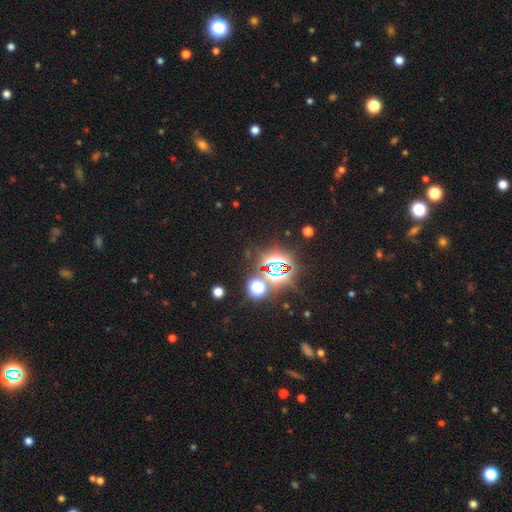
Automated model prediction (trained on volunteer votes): A star or artifact, not a galaxy (80%).

Vote fractions:
- Smooth or featured? star or artifact: 80% / smooth: 13% / featured or disk: 7%